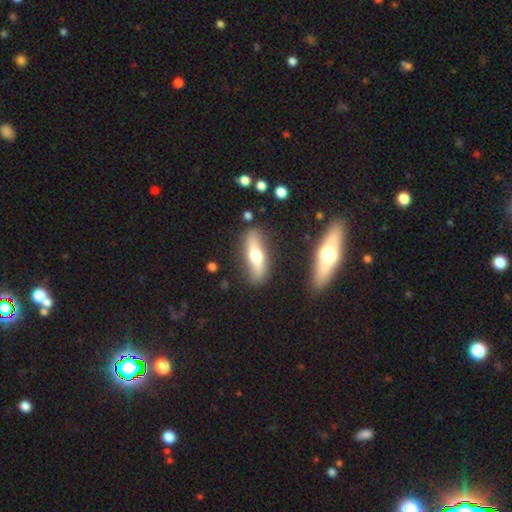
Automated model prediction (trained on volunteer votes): This is possibly a featured or disk galaxy (48%). Merging: clearly none (83%).